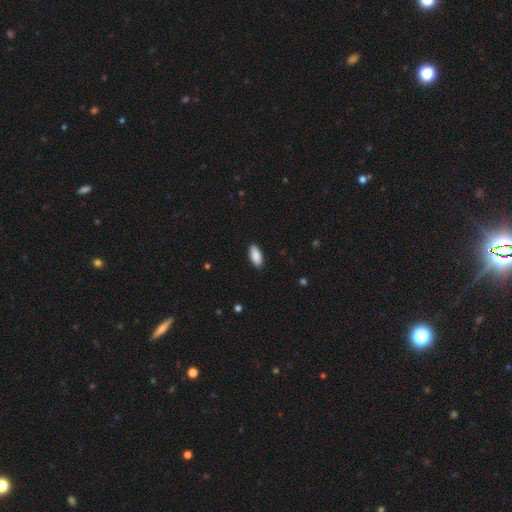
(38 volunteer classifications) Volunteers were most divided on "merging": none: 84%, minor disturbance: 13%, major disturbance: 3%, merger: 0%. More confident: smooth or featured — smooth (95%); how rounded — in between (89%).